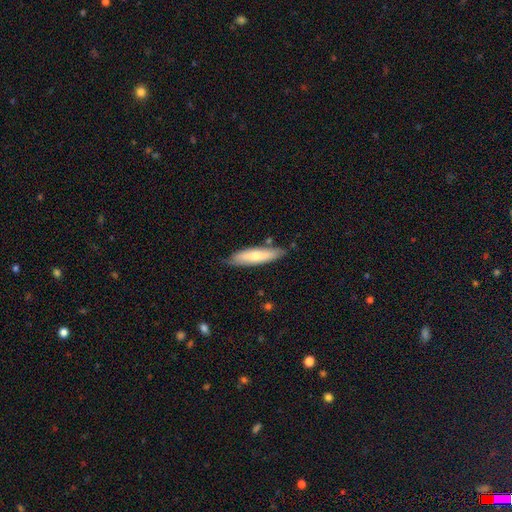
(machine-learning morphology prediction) Smooth or featured? smooth (64%)
How rounded? cigar-shaped (65%)
Merging? none (76%)